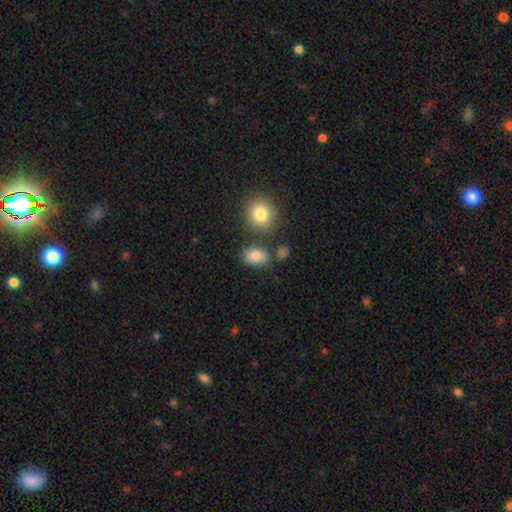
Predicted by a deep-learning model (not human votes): Overall: smooth (81%). How rounded: in between (72%). Merging: none (71%).